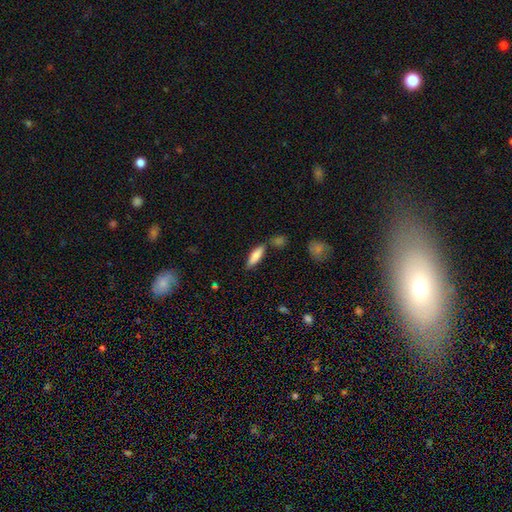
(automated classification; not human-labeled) A smooth galaxy with no disk features (82%) that is cigar-shaped (49%, tied with in between).

Vote fractions:
- Smooth or featured? smooth: 82% / featured or disk: 12% / star or artifact: 6%
- How rounded? cigar-shaped: 49% (tied) / in between: 49% (tied) / round: 2%
- Merging? none: 70% / minor disturbance: 15% / merger: 12% / major disturbance: 4%